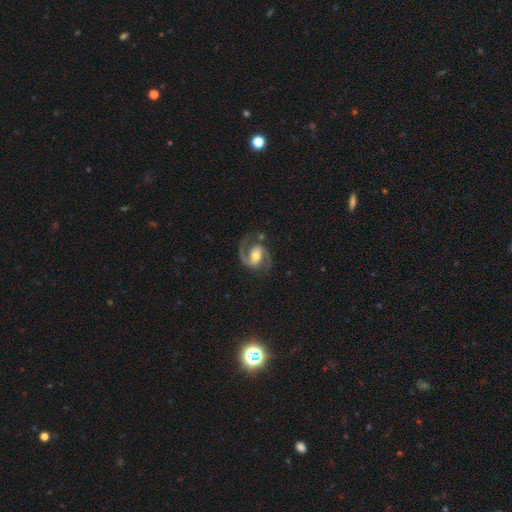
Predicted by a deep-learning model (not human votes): smooth-or-featured: featured or disk: 90% | smooth: 6% | star or artifact: 5%
  disk-edge-on: no: 98% | yes: 2%
    bar: weak: 42% | no: 35% | strong: 23%
    has-spiral-arms: yes: 98% | no: 2%
      spiral-winding: medium: 61% | loose: 20% | tight: 19%
      spiral-arm-count: 2: 91% | 1: 4% | can't tell: 2% | 3: 1% | 4: 1% | more than 4: 1%
    bulge-size: moderate: 66% | small: 21% | large: 10% | none: 2% | dominant: 1%
  merging: none: 75% | minor disturbance: 14% | major disturbance: 8% | merger: 3%